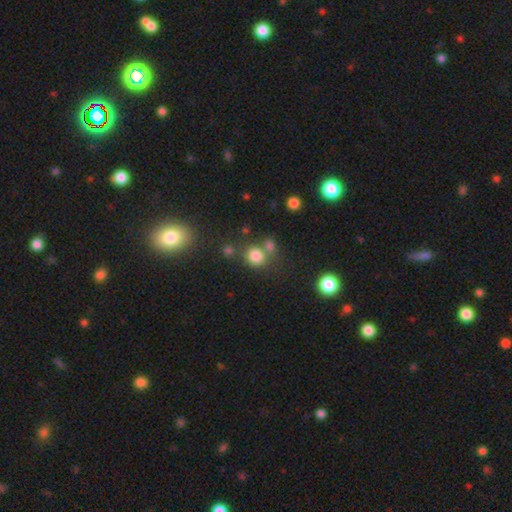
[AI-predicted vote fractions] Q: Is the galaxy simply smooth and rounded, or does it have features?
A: smooth — 78%.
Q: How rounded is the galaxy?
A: round — 79%.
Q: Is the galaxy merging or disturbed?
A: none — 57%.